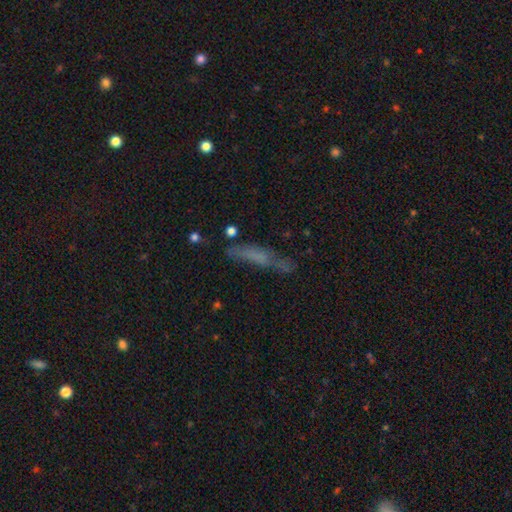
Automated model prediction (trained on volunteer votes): smooth-or-featured: smooth: 50% | featured or disk: 36% | star or artifact: 14%
  how-rounded: cigar-shaped: 81% | in between: 16% | round: 3%
  merging: none: 56% | minor disturbance: 23% | major disturbance: 15% | merger: 6%